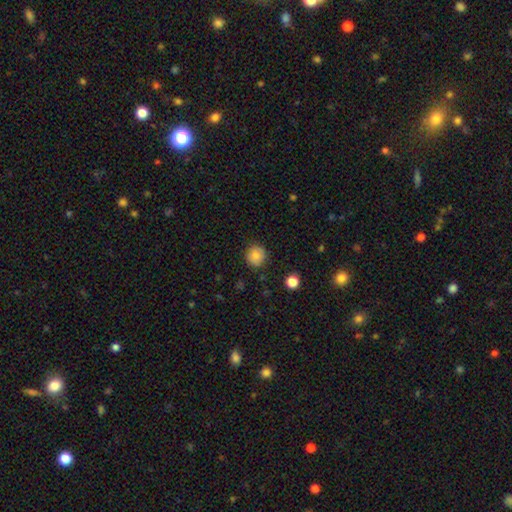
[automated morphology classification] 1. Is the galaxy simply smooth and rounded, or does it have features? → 82% smooth, 9% star or artifact, 8% featured or disk.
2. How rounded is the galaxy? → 92% round, 7% in between, 1% cigar-shaped.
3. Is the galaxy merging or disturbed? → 88% none, 9% minor disturbance, 2% major disturbance, 1% merger.